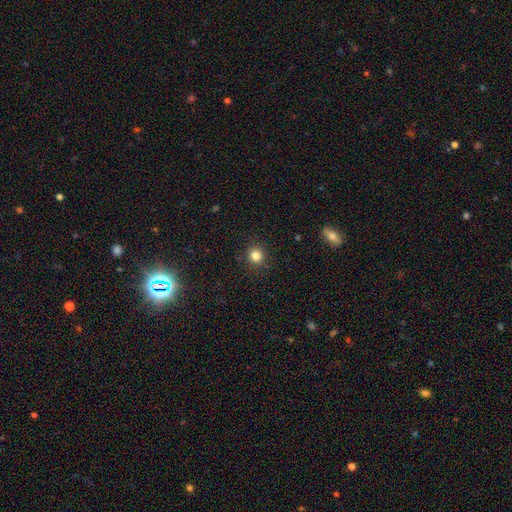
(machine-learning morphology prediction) smooth-or-featured: smooth: 82% | star or artifact: 13% | featured or disk: 5%
  how-rounded: round: 94% | in between: 5% | cigar-shaped: 1%
  merging: none: 91% | minor disturbance: 6% | major disturbance: 2% | merger: 1%